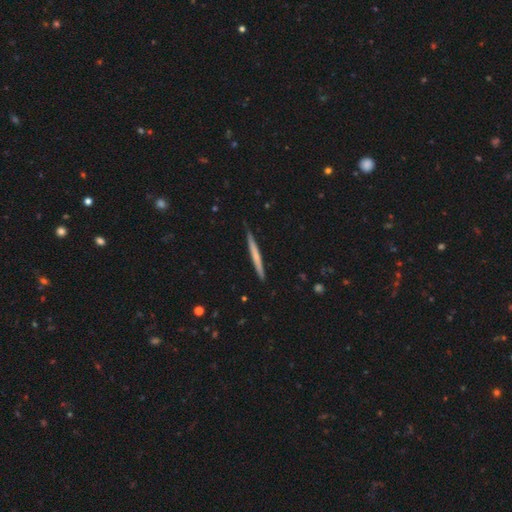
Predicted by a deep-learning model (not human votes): Q: Smooth or featured?
A: smooth (53%); runner-up: featured or disk (42%)
Q: How rounded?
A: cigar-shaped (97%); runner-up: in between (2%)
Q: Merging?
A: none (88%); runner-up: minor disturbance (9%)